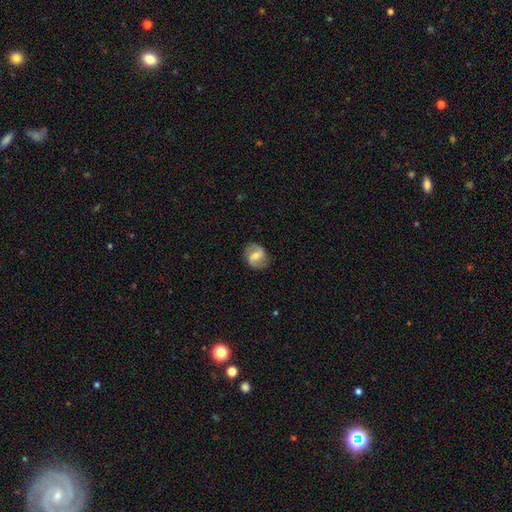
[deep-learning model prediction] A featured or disk galaxy (72%) with a weak bar (44%), 2 (91%) medium (44%) spiral arms (89%) and a moderate central bulge (51%). Merging: none (83%).